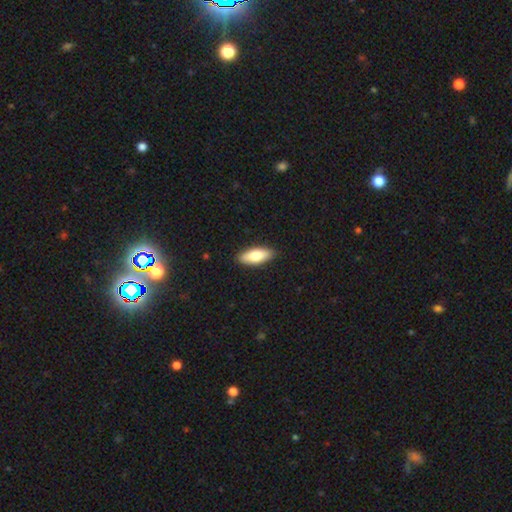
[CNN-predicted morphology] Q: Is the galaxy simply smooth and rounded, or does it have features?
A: smooth — 74%.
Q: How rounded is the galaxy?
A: in between — 74%.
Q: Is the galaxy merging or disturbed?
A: none — 90%.